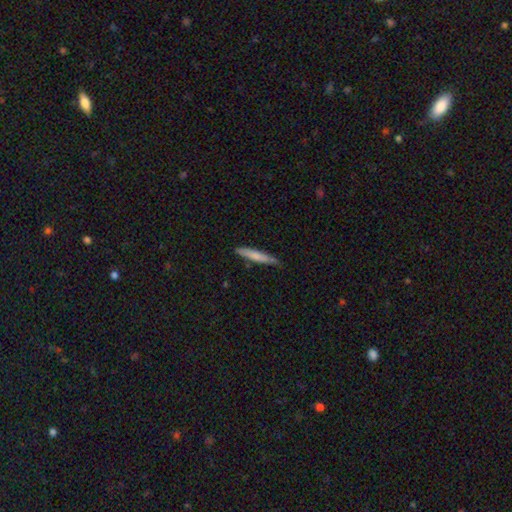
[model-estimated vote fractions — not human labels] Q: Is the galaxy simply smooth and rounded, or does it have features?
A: smooth — 73%.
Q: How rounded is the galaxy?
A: cigar-shaped — 93%.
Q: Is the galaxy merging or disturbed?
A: none — 79%.